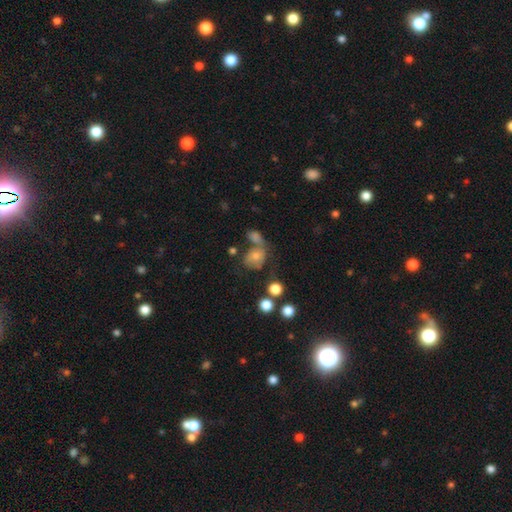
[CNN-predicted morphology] Smooth or featured? smooth (58%)
How rounded? round (60%)
Merging? none (45%)